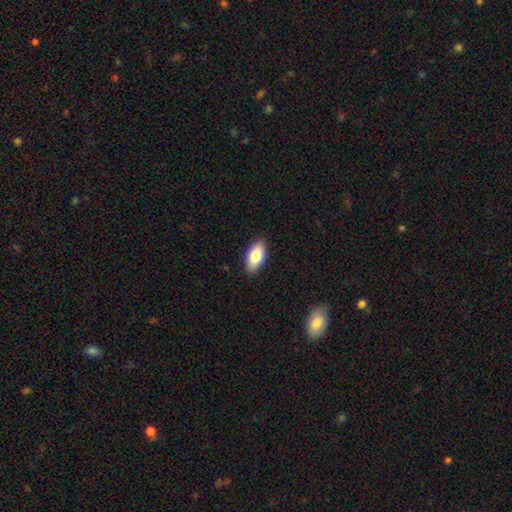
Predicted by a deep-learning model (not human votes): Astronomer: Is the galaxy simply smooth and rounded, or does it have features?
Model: smooth — 81%.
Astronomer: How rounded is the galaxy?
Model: in between — 93%.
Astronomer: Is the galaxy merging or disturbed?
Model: none — 89%.